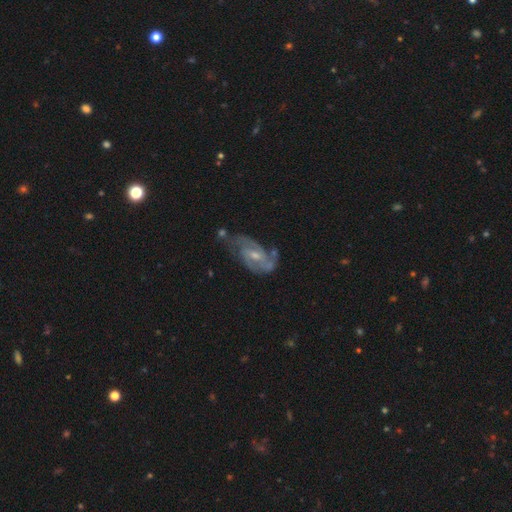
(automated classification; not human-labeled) Q: Smooth or featured?
A: featured or disk (84%); runner-up: smooth (10%)
Q: Edge-on disk?
A: no (96%); runner-up: yes (4%)
Q: Bar?
A: weak (51%); runner-up: no (35%)
Q: Spiral arms?
A: yes (94%); runner-up: no (6%)
Q: Spiral winding?
A: medium (48%); runner-up: tight (37%)
Q: Spiral arm count?
A: 2 (71%); runner-up: can't tell (13%)
Q: Bulge size?
A: small (49%); runner-up: moderate (46%)
Q: Merging?
A: none (52%); runner-up: minor disturbance (26%)